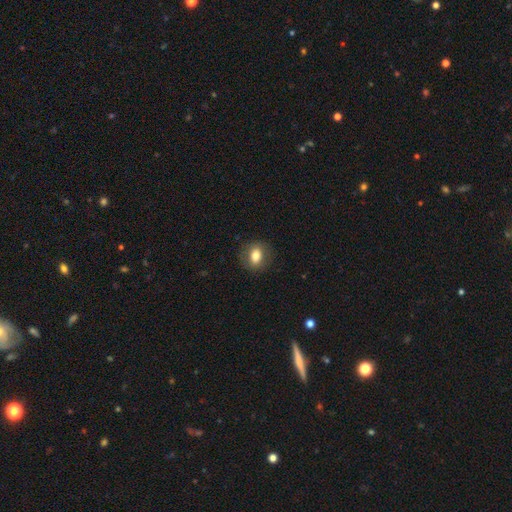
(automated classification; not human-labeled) A smooth galaxy with no disk features (75%) that is in between round and cigar-shaped (54%). Merging: none (85%).